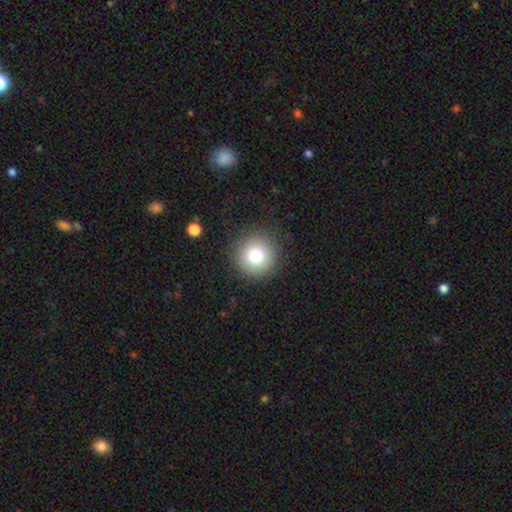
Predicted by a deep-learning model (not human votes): This is likely a smooth galaxy (78%). How rounded: clearly round (95%). Merging: clearly none (88%).